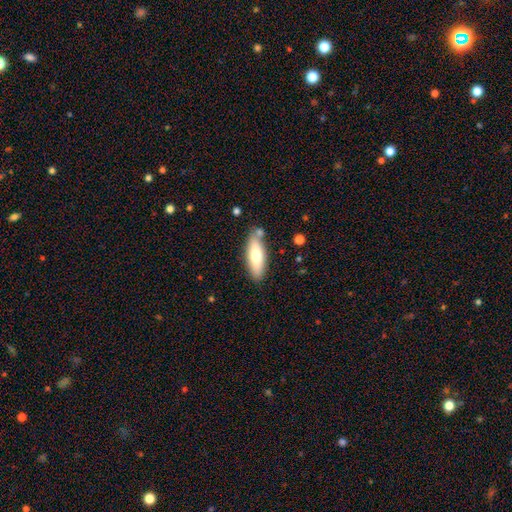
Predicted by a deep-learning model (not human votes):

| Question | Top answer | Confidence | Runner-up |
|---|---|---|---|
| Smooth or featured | smooth | 72% | featured or disk (22%) |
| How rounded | in between | 55% | cigar-shaped (43%) |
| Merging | none | 77% | minor disturbance (14%) |